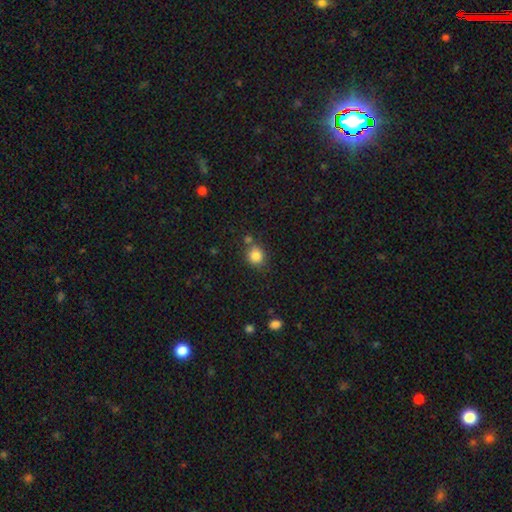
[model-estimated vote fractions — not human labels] A smooth galaxy with no disk features (84%) that is round (81%).

Vote fractions:
- Smooth or featured? smooth: 84% / star or artifact: 10% / featured or disk: 5%
- How rounded? round: 81% / in between: 18% / cigar-shaped: 1%
- Merging? none: 70% / minor disturbance: 14% / merger: 12% / major disturbance: 4%